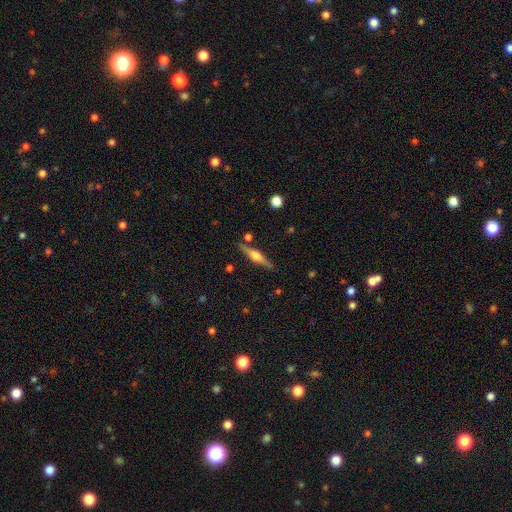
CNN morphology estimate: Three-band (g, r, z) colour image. It shows a featured or disk galaxy (68%) viewed edge-on (97%) with a rounded central bulge (89%). Merging: none (84%).